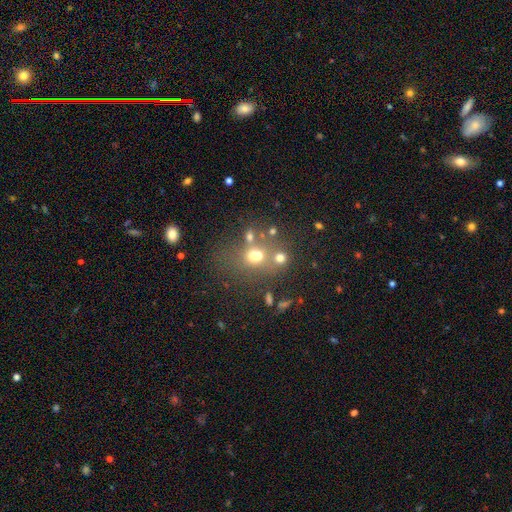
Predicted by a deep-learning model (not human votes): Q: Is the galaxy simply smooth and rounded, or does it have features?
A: smooth — 61%.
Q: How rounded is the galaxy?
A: round — 54%.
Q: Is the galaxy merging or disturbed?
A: none — 48%.